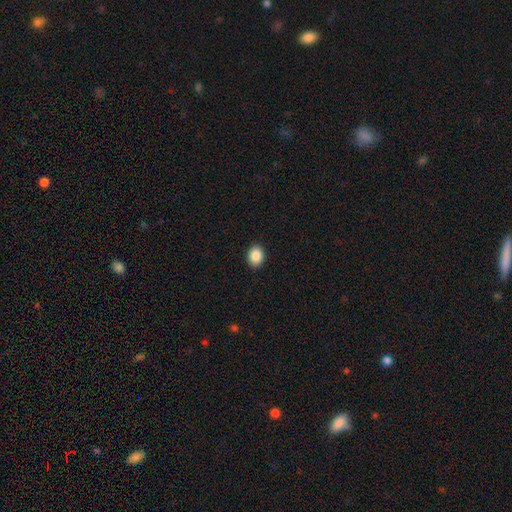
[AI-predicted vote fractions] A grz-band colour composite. It shows a smooth galaxy with no disk features (88%) that is in between round and cigar-shaped (56%). Merging: none (91%).